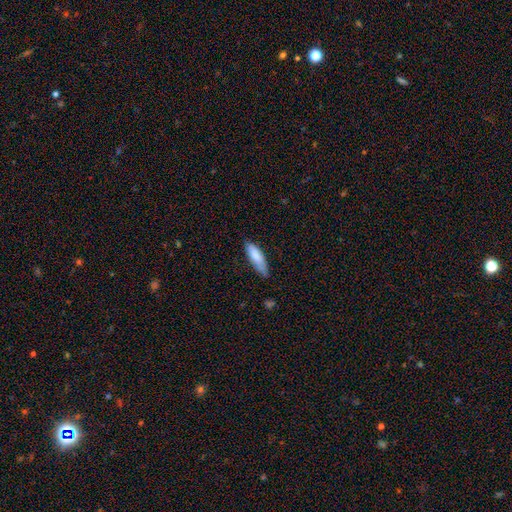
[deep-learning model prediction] Smooth or featured? smooth (83%)
How rounded? cigar-shaped (52%)
Merging? none (65%)